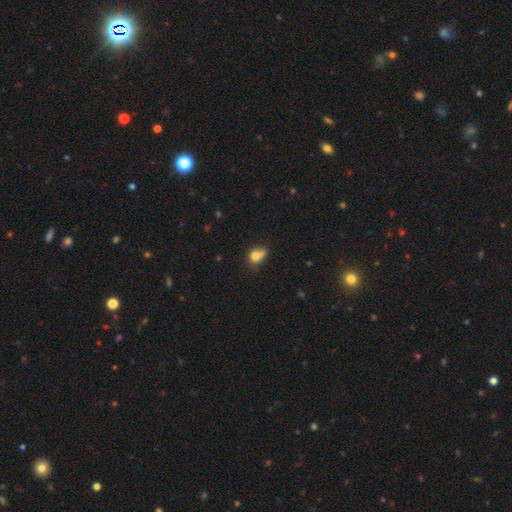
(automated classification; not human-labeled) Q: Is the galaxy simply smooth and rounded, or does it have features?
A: smooth — 75%.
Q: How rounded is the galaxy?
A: in between — 56%.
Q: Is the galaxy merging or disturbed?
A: none — 35%.